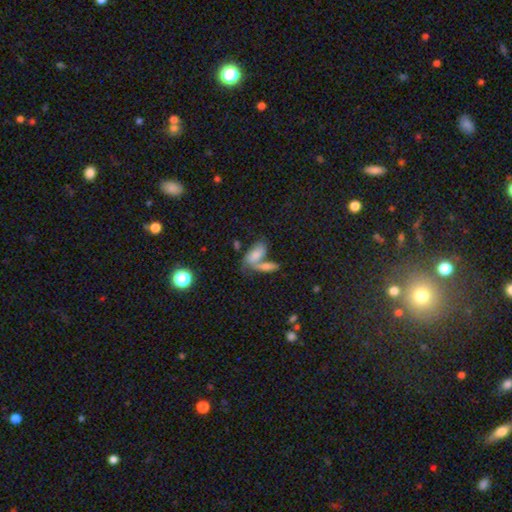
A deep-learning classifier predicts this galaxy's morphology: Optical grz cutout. It shows a smooth galaxy with no disk features (66%) that is in between round and cigar-shaped (85%). Merging: merger (56%).